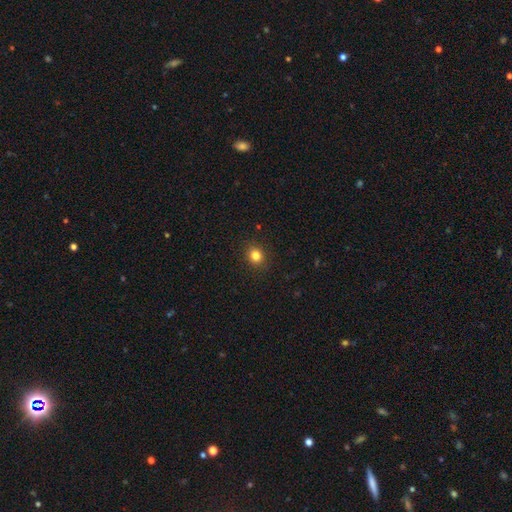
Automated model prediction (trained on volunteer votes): Smooth or featured? Predicted: smooth (p=0.82). How rounded? Predicted: round (p=0.75). Merging? Predicted: none (p=0.91).